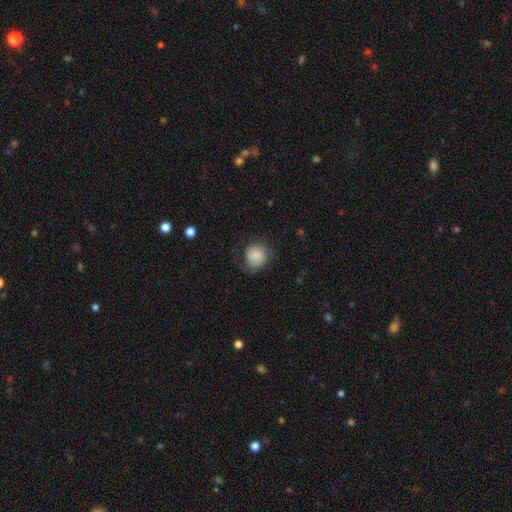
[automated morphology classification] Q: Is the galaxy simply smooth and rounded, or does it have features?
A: smooth — 80%.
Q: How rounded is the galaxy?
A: round — 81%.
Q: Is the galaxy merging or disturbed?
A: none — 68%.